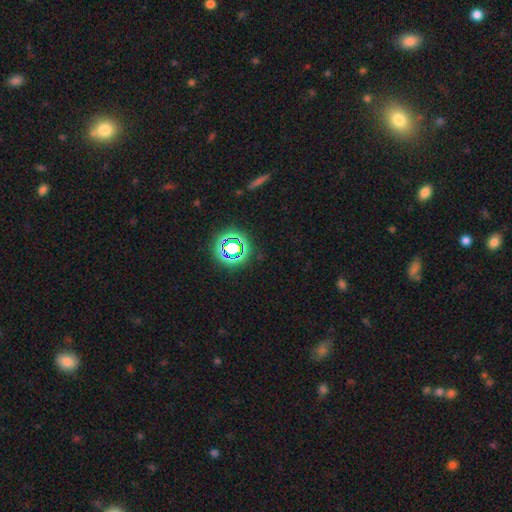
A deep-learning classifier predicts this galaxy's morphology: Smooth or featured? star or artifact (68%)